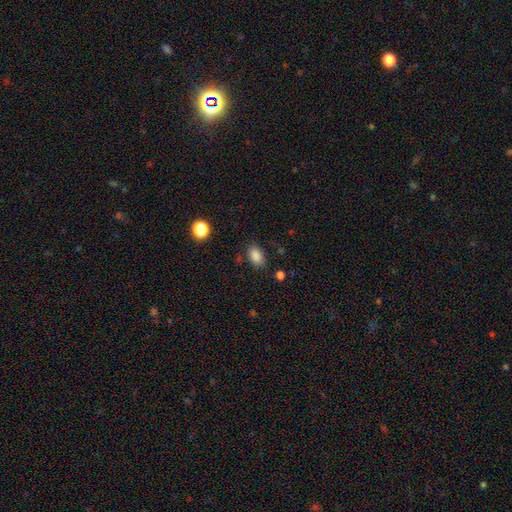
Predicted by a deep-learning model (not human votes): Smooth or featured: smooth — 85% (star or artifact — 10%)
How rounded: in between — 87% (round — 11%)
Merging: none — 80% (minor disturbance — 13%)